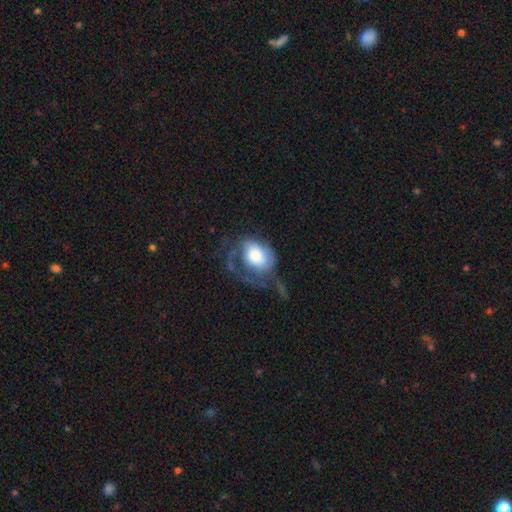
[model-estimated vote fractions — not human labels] Smooth or featured: smooth — 48% (featured or disk — 45%)
Merging: major disturbance — 49% (none — 27%)